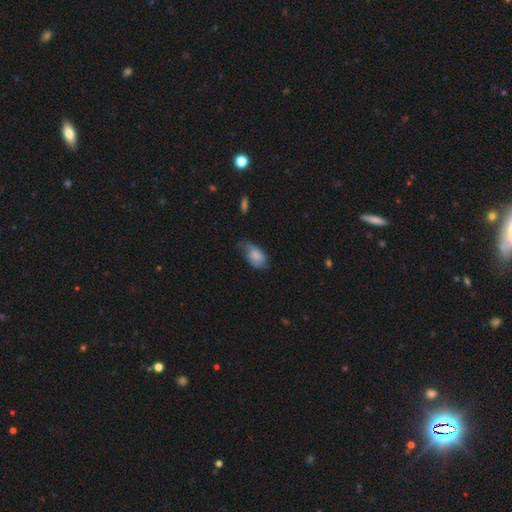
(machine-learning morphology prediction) This appears to be a smooth galaxy with no disk features (75%) that is in between round and cigar-shaped (90%). Merging: minor disturbance (41%).